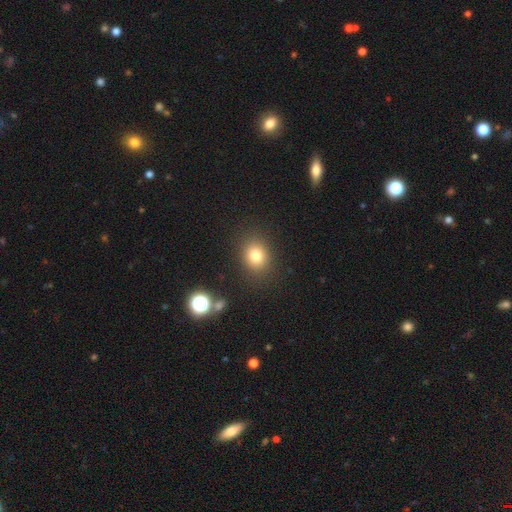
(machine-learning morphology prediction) Smooth or featured? smooth (79%)
How rounded? round (64%)
Merging? none (85%)